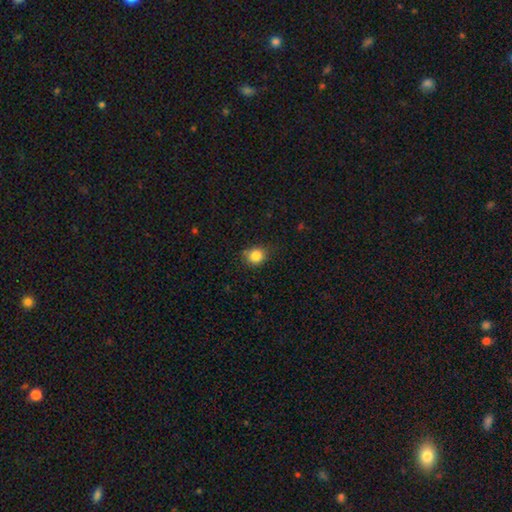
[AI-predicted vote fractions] This is clearly a smooth galaxy (85%). How rounded: likely round (80%). Merging: likely none (75%).